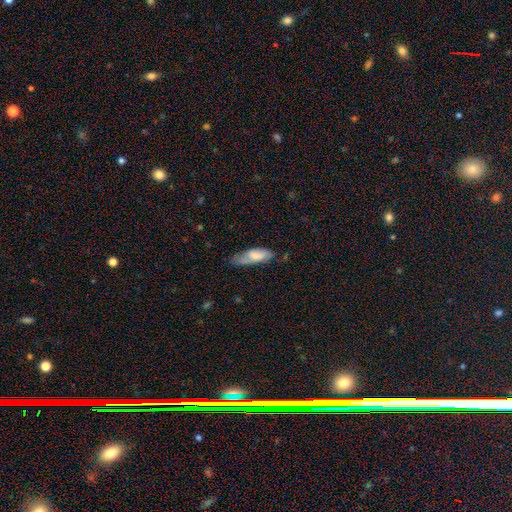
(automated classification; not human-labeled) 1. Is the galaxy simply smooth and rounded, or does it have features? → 68% smooth, 26% featured or disk, 6% star or artifact.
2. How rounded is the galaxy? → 63% in between, 36% cigar-shaped, 2% round.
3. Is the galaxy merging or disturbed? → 50% none, 35% minor disturbance, 12% major disturbance, 3% merger.